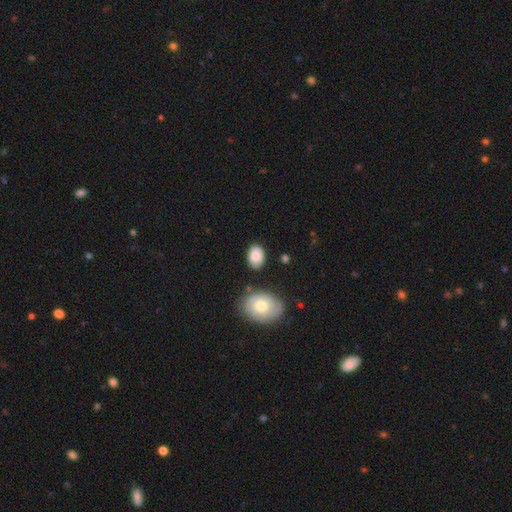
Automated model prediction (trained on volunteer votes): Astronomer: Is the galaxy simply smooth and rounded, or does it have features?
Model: smooth — 79%.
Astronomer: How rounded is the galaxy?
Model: in between — 81%.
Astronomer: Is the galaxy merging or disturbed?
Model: none — 70%.